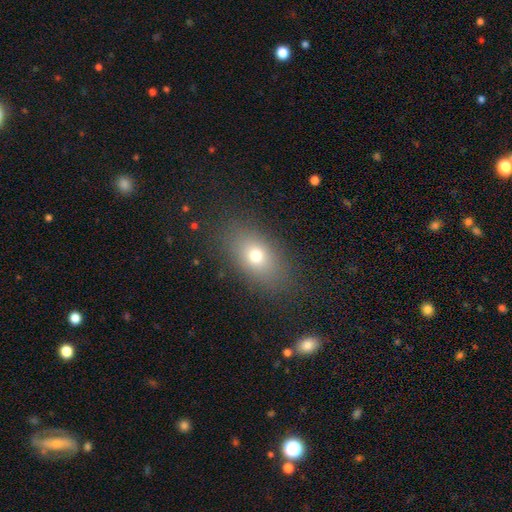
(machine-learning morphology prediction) Smooth or featured? smooth (71%)
How rounded? in between (79%)
Merging? none (84%)